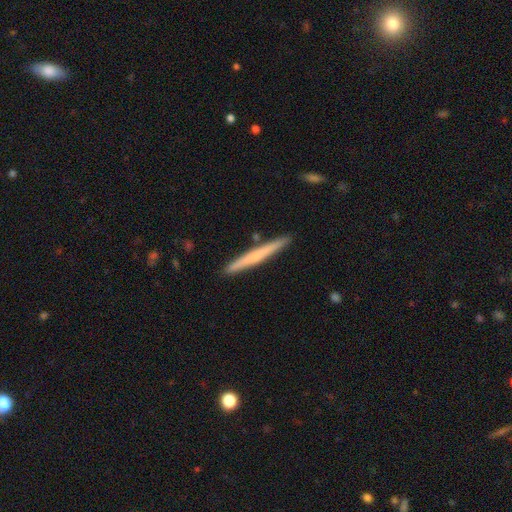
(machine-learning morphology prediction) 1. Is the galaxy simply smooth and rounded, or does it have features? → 53% smooth, 42% featured or disk, 5% star or artifact.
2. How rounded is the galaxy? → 97% cigar-shaped, 2% in between, 1% round.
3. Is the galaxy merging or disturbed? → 90% none, 7% minor disturbance, 2% merger, 1% major disturbance.